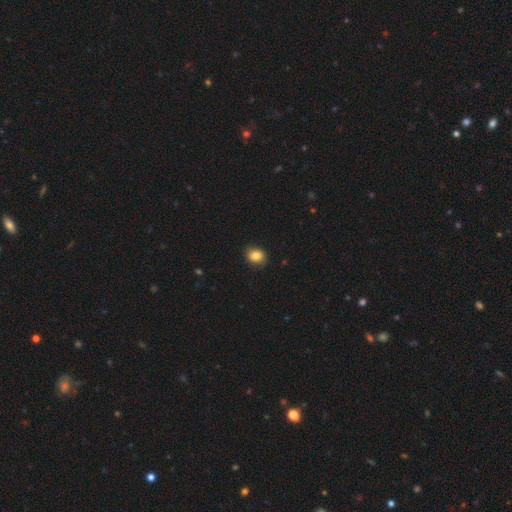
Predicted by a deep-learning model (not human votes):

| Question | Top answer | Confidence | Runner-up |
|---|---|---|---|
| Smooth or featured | smooth | 84% | star or artifact (10%) |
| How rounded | round | 55% | in between (44%) |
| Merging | none | 86% | minor disturbance (11%) |